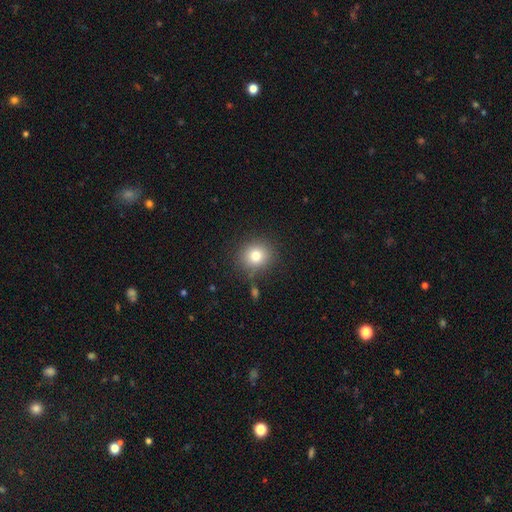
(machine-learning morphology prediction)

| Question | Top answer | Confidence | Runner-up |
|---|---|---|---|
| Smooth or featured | smooth | 78% | star or artifact (13%) |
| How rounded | round | 87% | in between (12%) |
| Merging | none | 83% | minor disturbance (10%) |